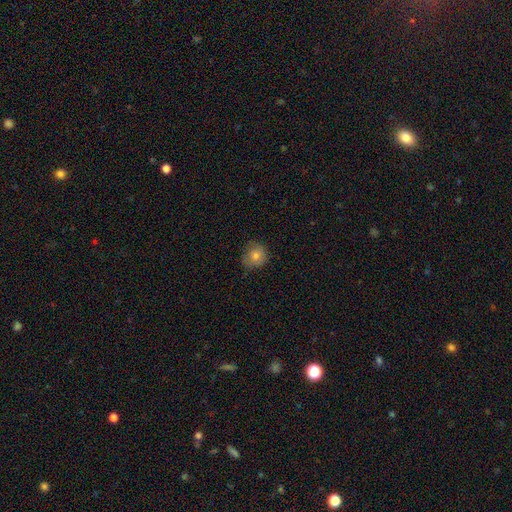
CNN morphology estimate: Q: Smooth or featured?
A: smooth (76%); runner-up: featured or disk (13%)
Q: How rounded?
A: round (89%); runner-up: in between (10%)
Q: Merging?
A: none (78%); runner-up: minor disturbance (17%)